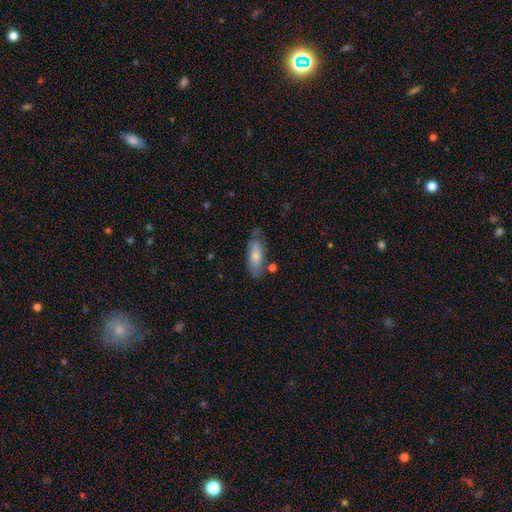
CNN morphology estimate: smooth 71%, featured or disk 23%, star or artifact 6%. Down the decision tree: how rounded — in between (73%); merging — none (63%).